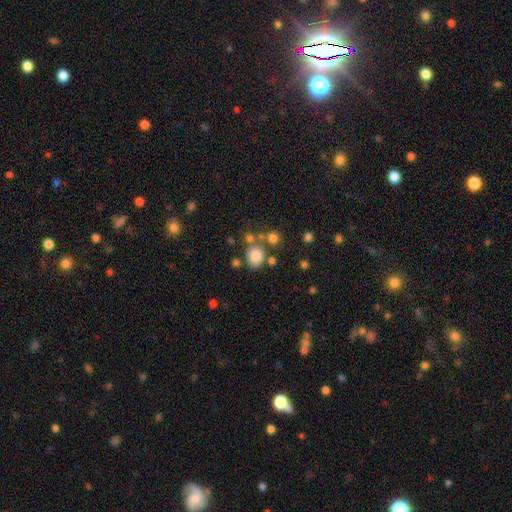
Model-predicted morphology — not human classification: Smooth or featured?
  - smooth: 81% *
  - star or artifact: 12%
  - featured or disk: 7%
How rounded?
  - round: 63% *
  - in between: 36%
  - cigar-shaped: 1%
Merging?
  - none: 66% *
  - merger: 15%
  - minor disturbance: 13%
  - major disturbance: 6%